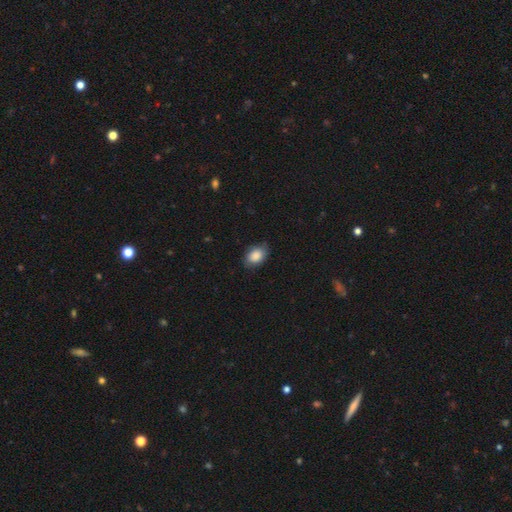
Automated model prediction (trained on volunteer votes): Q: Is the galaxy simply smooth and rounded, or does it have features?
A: smooth — 87%.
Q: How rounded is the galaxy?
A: in between — 80%.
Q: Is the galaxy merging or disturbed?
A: none — 78%.